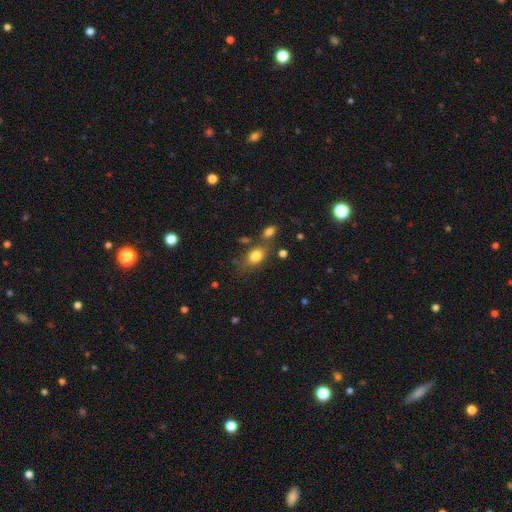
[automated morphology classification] A smooth galaxy with no disk features (80%) that is in between round and cigar-shaped (75%). Merging: none (60%).